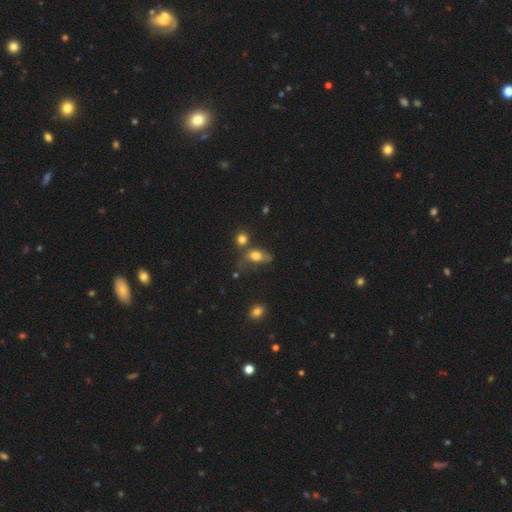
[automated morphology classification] Smooth or featured? smooth (73%)
How rounded? in between (77%)
Merging? none (38%)